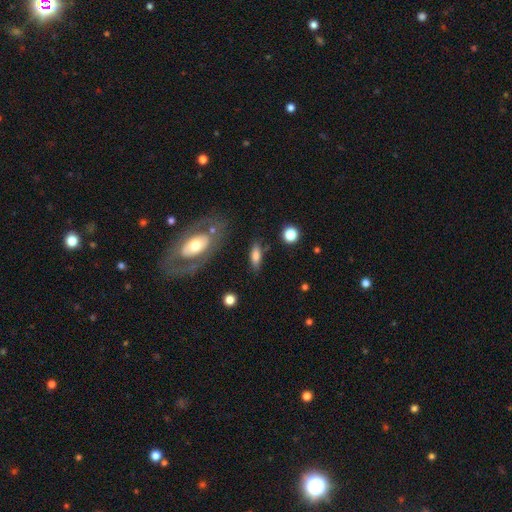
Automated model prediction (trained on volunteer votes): Q: Smooth or featured?
A: smooth (69%); runner-up: featured or disk (24%)
Q: How rounded?
A: in between (62%); runner-up: cigar-shaped (34%)
Q: Merging?
A: none (76%); runner-up: minor disturbance (14%)